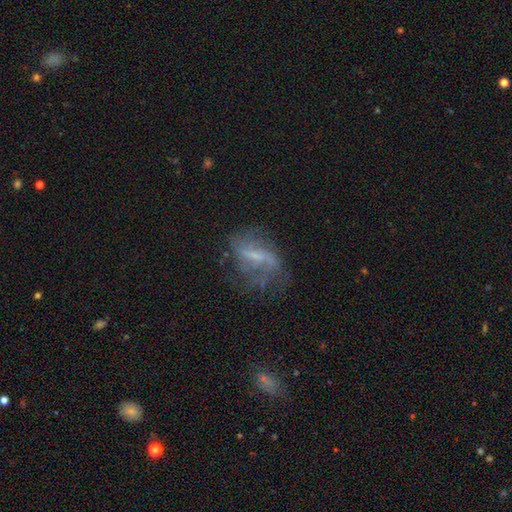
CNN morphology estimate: type=featured or disk (68%); edge-on=no (93%); bar=weak (44%); spiral arms=yes (70%); bulge=small (44%); merging=none (47%).